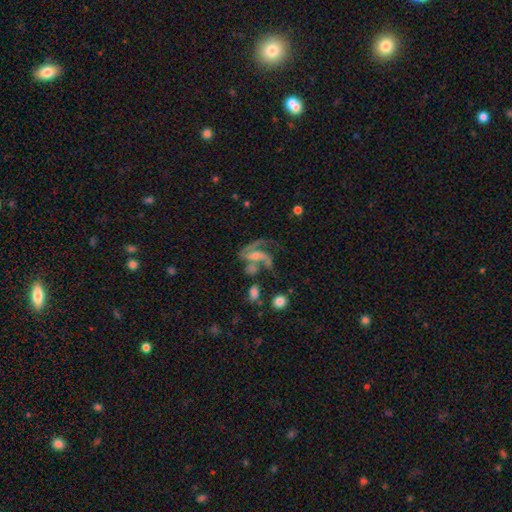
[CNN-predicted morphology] This appears to be a featured or disk galaxy (78%) with no bar (45%), 2 (44%) medium (44%) spiral arms (89%) and a small central bulge (48%). Merging: major disturbance (33%).